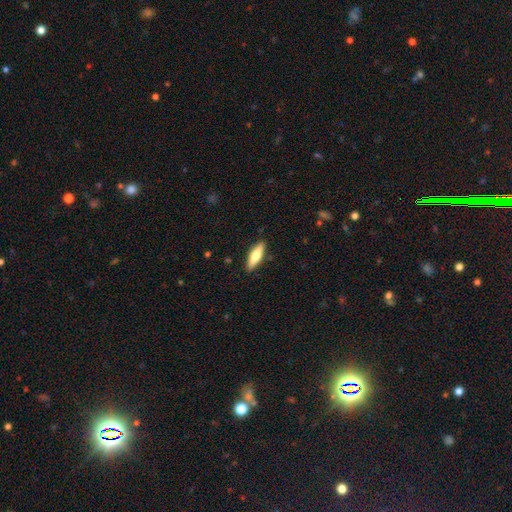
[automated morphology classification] Smooth or featured? Predicted: smooth (p=0.64). How rounded? Predicted: cigar-shaped (p=0.57). Merging? Predicted: none (p=0.89).